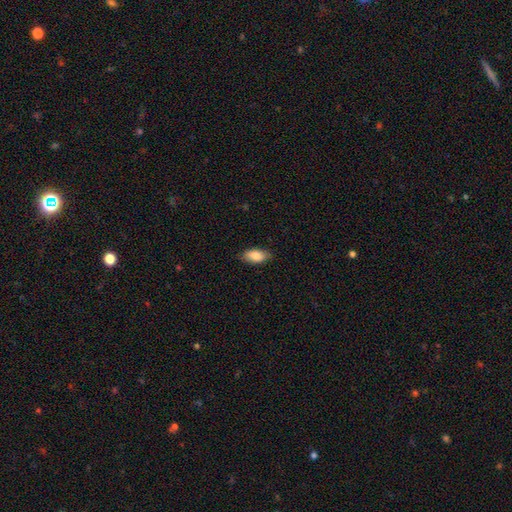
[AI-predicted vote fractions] Smooth or featured?
  - smooth: 84% *
  - featured or disk: 9%
  - star or artifact: 6%
How rounded?
  - in between: 91% *
  - cigar-shaped: 6%
  - round: 3%
Merging?
  - none: 84% *
  - minor disturbance: 13%
  - major disturbance: 2%
  - merger: 1%